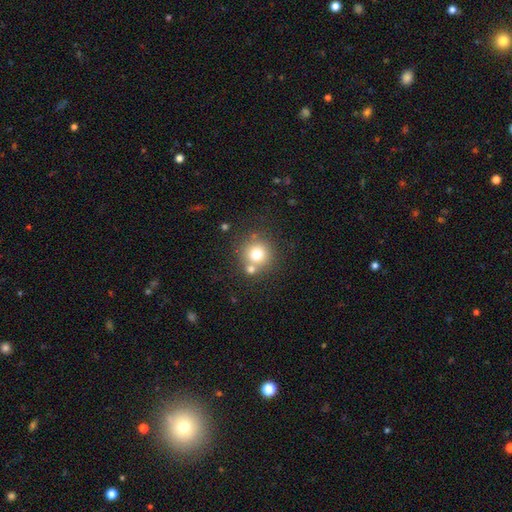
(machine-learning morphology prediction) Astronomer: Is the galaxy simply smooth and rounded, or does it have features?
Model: smooth — 73%.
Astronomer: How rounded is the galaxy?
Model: round — 92%.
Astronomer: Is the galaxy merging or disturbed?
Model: none — 67%.